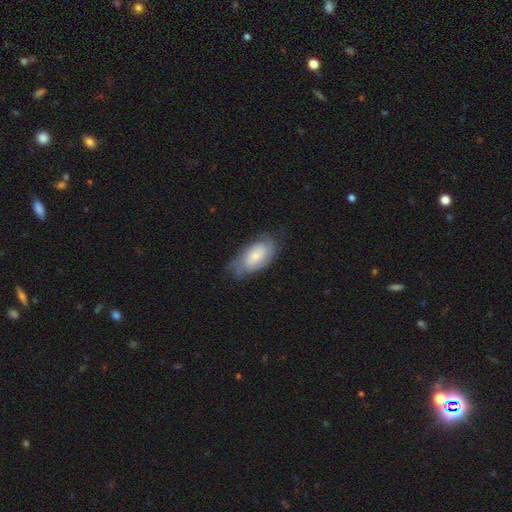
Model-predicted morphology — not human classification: A smooth galaxy with no disk features (53%) that is in between round and cigar-shaped (92%).

Vote fractions:
- Smooth or featured? smooth: 53% / featured or disk: 41% / star or artifact: 7%
- How rounded? in between: 92% / cigar-shaped: 5% / round: 4%
- Merging? none: 58% / minor disturbance: 31% / major disturbance: 10% / merger: 1%